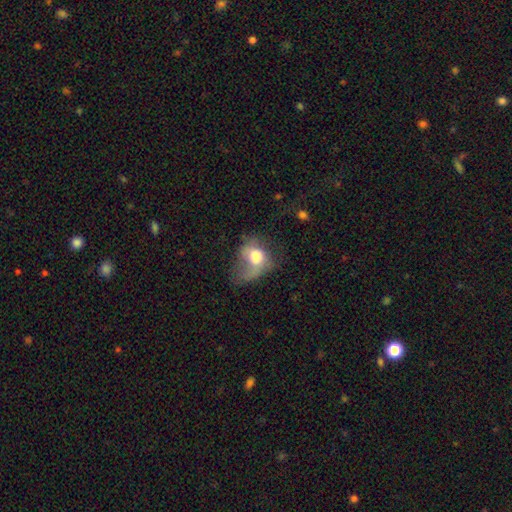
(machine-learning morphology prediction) Q: Smooth or featured?
A: smooth (57%); runner-up: featured or disk (33%)
Q: How rounded?
A: in between (62%); runner-up: round (37%)
Q: Merging?
A: major disturbance (51%); runner-up: minor disturbance (22%)